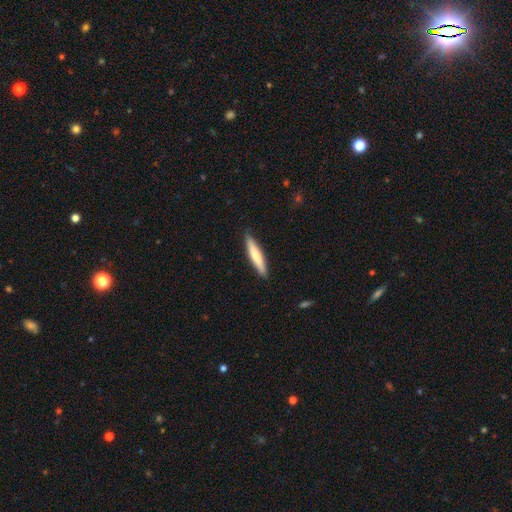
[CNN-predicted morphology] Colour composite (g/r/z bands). It shows a smooth galaxy with no disk features (69%) that is cigar-shaped (90%). Merging: none (87%).